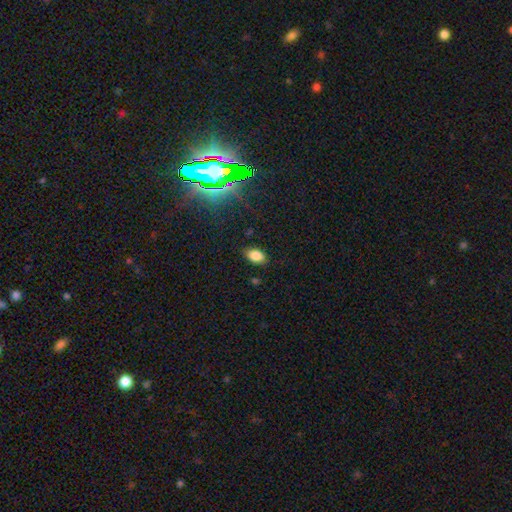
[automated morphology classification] Smooth or featured? Predicted: smooth (p=0.82). How rounded? Predicted: in between (p=0.89). Merging? Predicted: none (p=0.84).